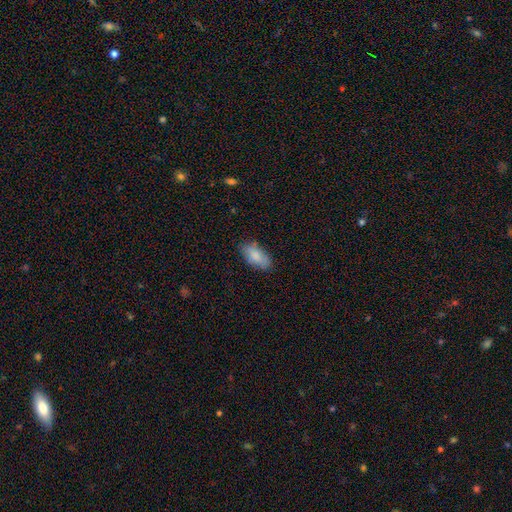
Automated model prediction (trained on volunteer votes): Smooth or featured? Predicted: smooth (p=0.84). How rounded? Predicted: in between (p=0.92). Merging? Predicted: none (p=0.78).